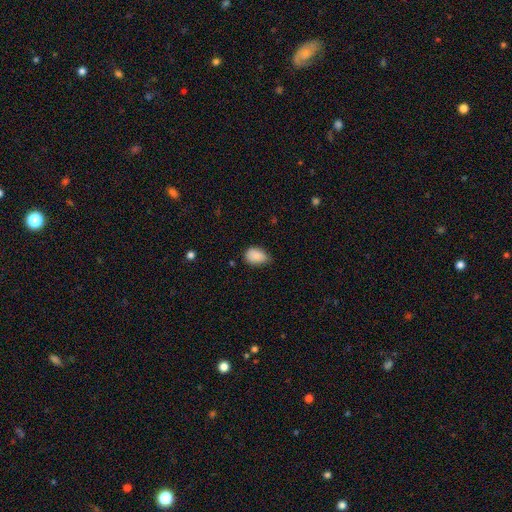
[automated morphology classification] smooth-or-featured: smooth: 86% | star or artifact: 7% | featured or disk: 7%
  how-rounded: in between: 82% | round: 16% | cigar-shaped: 1%
  merging: none: 52% | minor disturbance: 40% | major disturbance: 6% | merger: 2%